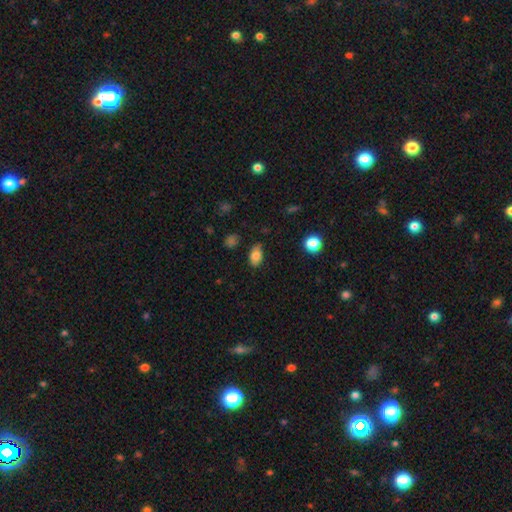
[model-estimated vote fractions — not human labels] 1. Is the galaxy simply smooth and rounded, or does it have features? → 81% smooth, 10% featured or disk, 9% star or artifact.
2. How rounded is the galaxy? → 89% in between, 9% round, 2% cigar-shaped.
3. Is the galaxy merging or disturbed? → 77% none, 18% minor disturbance, 3% major disturbance, 2% merger.